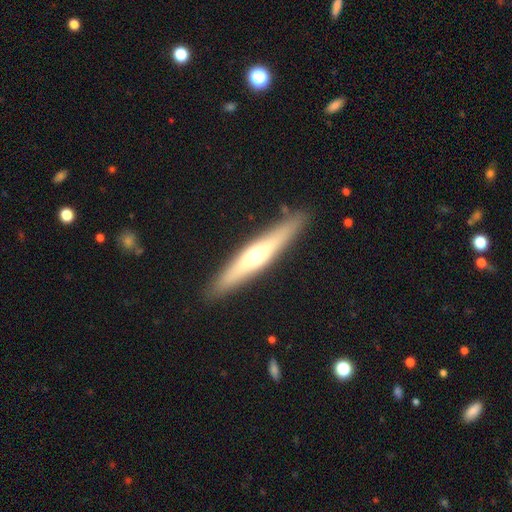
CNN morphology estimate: A featured or disk galaxy (55%) viewed edge-on (90%). Merging: none (89%).